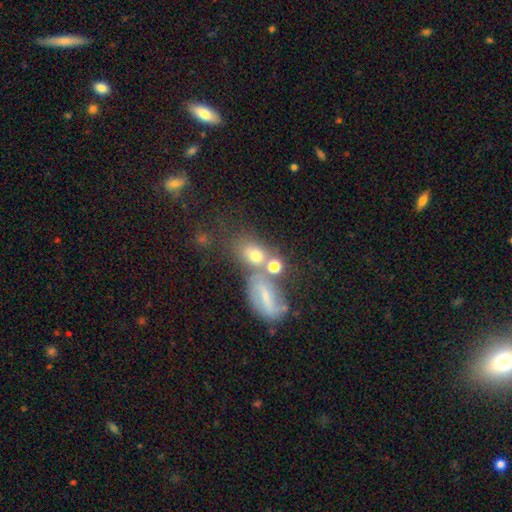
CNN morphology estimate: A smooth galaxy with no disk features (64%) that is in between round and cigar-shaped (56%). Merging: none (40%).